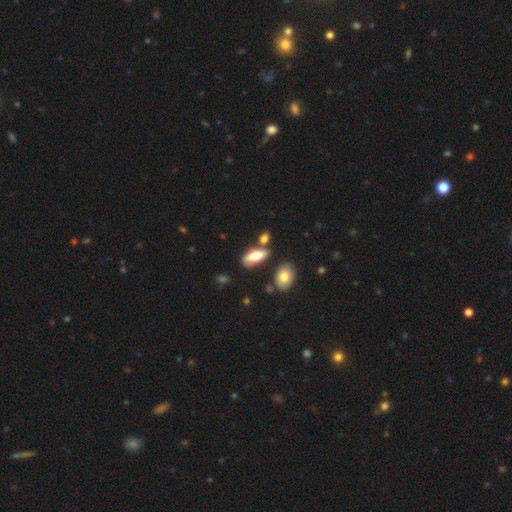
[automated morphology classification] smooth_or_featured: smooth (p=0.72) [alt: featured or disk p=0.21]
how_rounded: in between (p=0.77) [alt: cigar-shaped p=0.20]
merging: none (p=0.60) [alt: minor disturbance p=0.18]